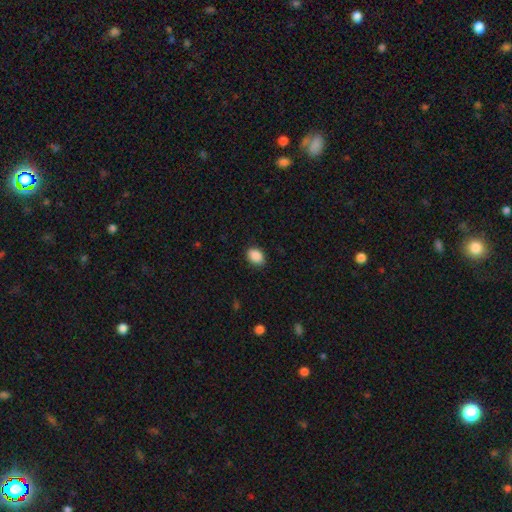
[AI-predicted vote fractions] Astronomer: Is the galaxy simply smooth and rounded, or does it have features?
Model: smooth — 90%.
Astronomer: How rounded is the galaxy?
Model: in between — 74%.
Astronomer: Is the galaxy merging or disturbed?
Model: none — 87%.